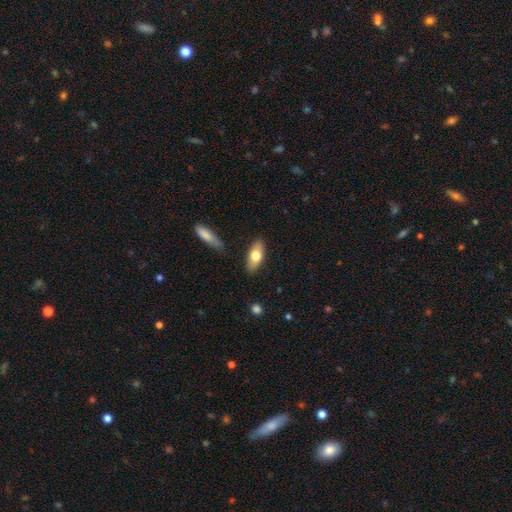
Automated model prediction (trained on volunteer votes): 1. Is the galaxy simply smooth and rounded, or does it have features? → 71% smooth, 23% featured or disk, 6% star or artifact.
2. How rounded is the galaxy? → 81% in between, 16% cigar-shaped, 3% round.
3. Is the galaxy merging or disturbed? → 84% none, 11% minor disturbance, 3% merger, 2% major disturbance.